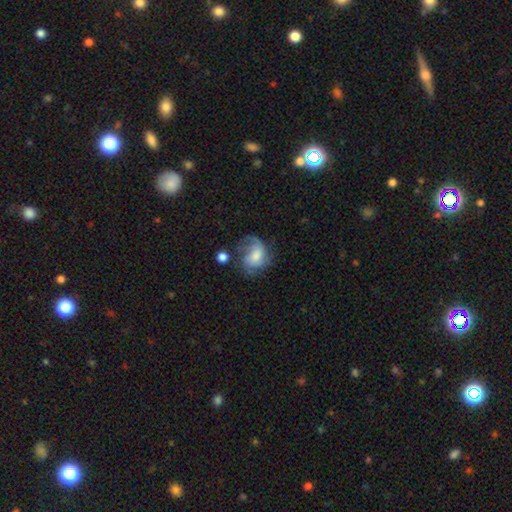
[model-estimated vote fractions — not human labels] featured or disk 55%, smooth 37%, star or artifact 8%. Down the decision tree: edge-on disk — no (97%); bar — no (63%); spiral arms — yes (83%); bulge size — moderate (38%); merging — none (40%).